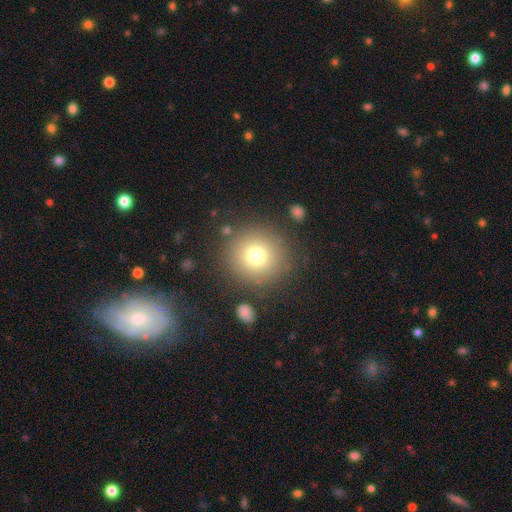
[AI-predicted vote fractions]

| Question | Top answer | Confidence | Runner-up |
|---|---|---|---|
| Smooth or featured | smooth | 75% | star or artifact (14%) |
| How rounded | round | 94% | in between (5%) |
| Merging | none | 85% | minor disturbance (8%) |